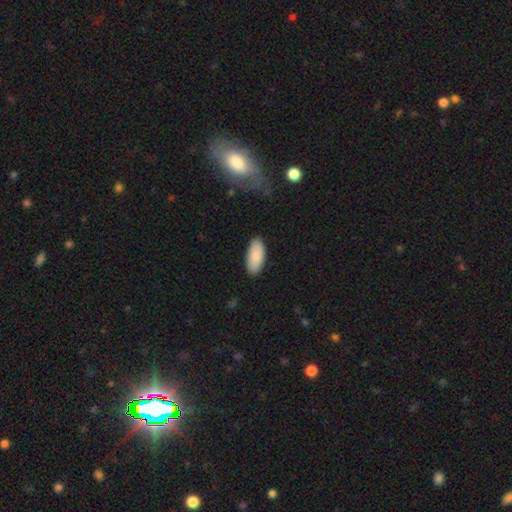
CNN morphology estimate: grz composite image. It shows a smooth galaxy with no disk features (89%) that is in between round and cigar-shaped (91%). Merging: none (88%).